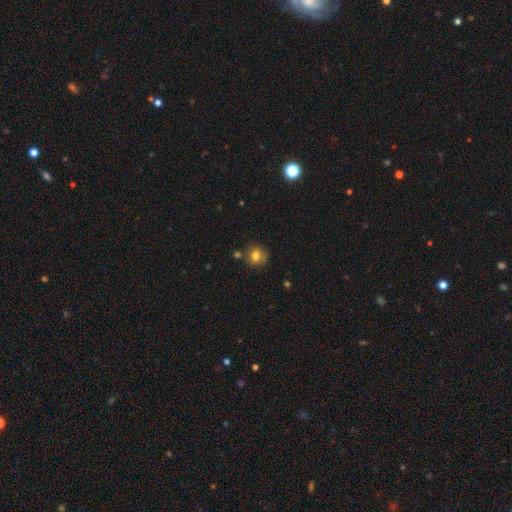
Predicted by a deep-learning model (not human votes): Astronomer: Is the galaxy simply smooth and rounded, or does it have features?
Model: smooth — 76%.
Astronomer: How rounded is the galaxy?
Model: round — 83%.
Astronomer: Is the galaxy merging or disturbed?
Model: none — 74%.